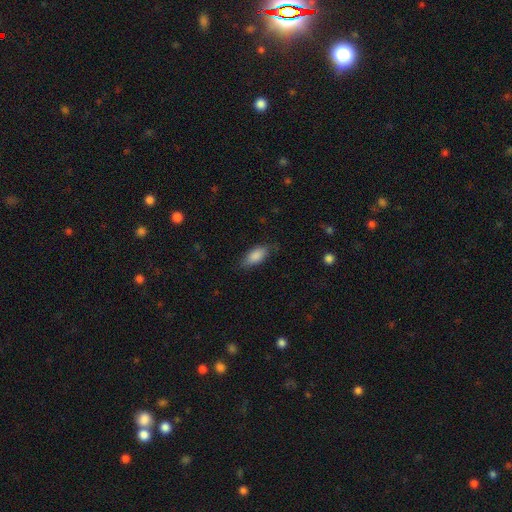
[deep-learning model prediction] A smooth galaxy with no disk features (86%) that is in between round and cigar-shaped (84%).

Vote fractions:
- Smooth or featured? smooth: 86% / featured or disk: 8% / star or artifact: 7%
- How rounded? in between: 84% / cigar-shaped: 13% / round: 3%
- Merging? none: 77% / minor disturbance: 18% / major disturbance: 4% / merger: 1%